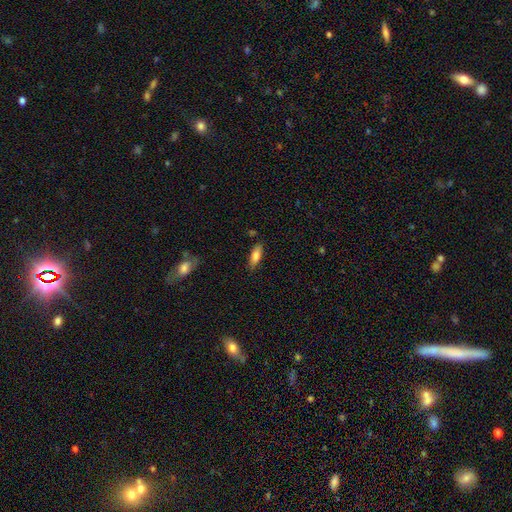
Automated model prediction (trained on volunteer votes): Smooth or featured? Predicted: smooth (p=0.80). How rounded? Predicted: in between (p=0.66). Merging? Predicted: none (p=0.81).